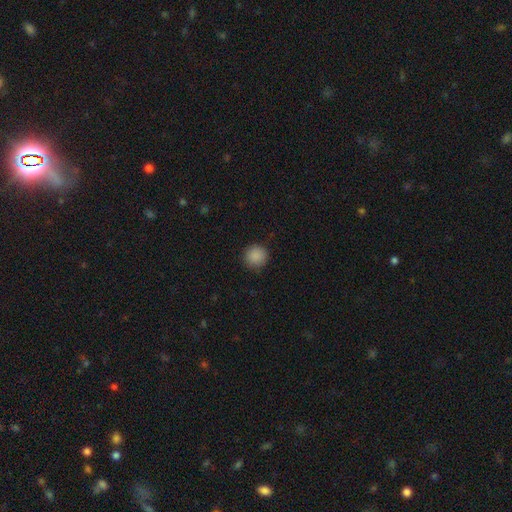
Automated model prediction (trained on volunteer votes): A smooth galaxy with no disk features (88%) that is round (93%).

Vote fractions:
- Smooth or featured? smooth: 88% / star or artifact: 9% / featured or disk: 3%
- How rounded? round: 93% / in between: 6% / cigar-shaped: 1%
- Merging? none: 89% / minor disturbance: 8% / major disturbance: 2% / merger: 1%